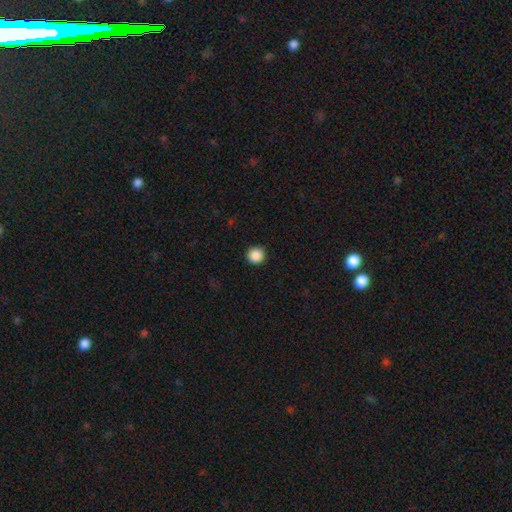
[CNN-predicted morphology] A smooth galaxy with no disk features (88%) that is round (96%). Merging: none (93%).